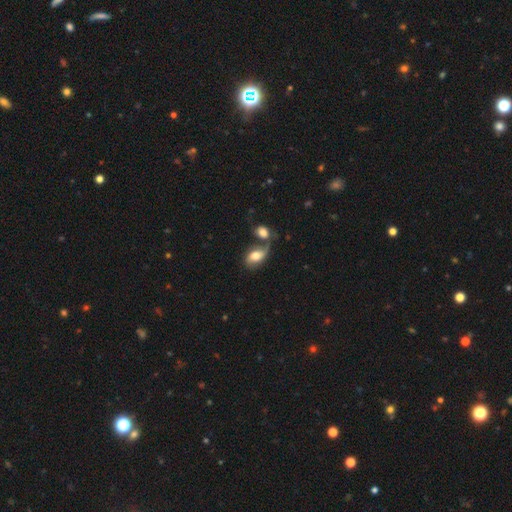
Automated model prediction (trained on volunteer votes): A smooth galaxy with no disk features (56%) that is in between round and cigar-shaped (85%).

Vote fractions:
- Smooth or featured? smooth: 56% / featured or disk: 36% / star or artifact: 8%
- How rounded? in between: 85% / round: 12% / cigar-shaped: 3%
- Merging? merger: 46% / none: 30% / minor disturbance: 13% / major disturbance: 10%